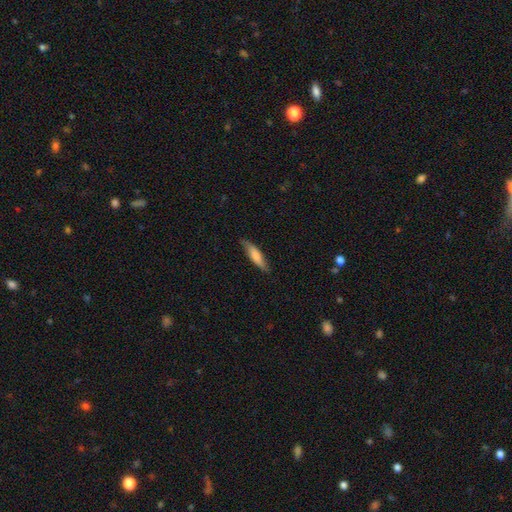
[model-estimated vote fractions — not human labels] smooth_or_featured: smooth (p=0.72) [alt: featured or disk p=0.23]
how_rounded: cigar-shaped (p=0.75) [alt: in between p=0.23]
merging: none (p=0.80) [alt: minor disturbance p=0.16]